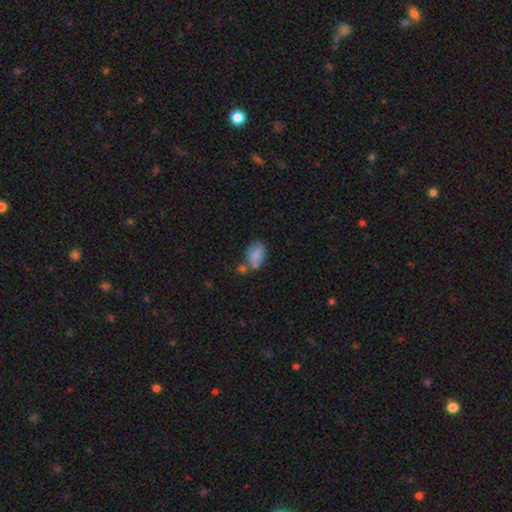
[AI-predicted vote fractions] This appears to be a smooth galaxy with no disk features (83%) that is in between round and cigar-shaped (88%). Merging: none (49%).